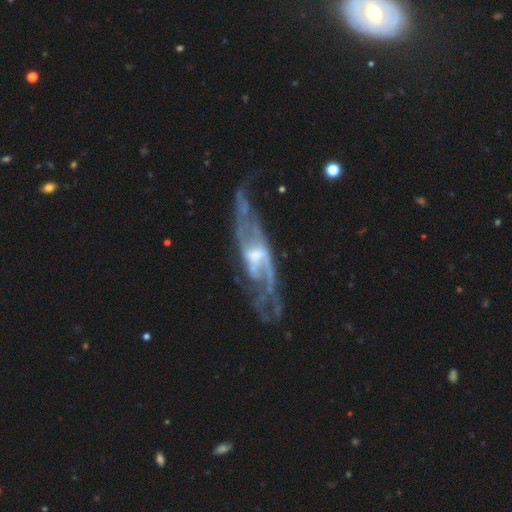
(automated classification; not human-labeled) The model was most divided on "spiral winding": loose: 42%, medium: 41%, tight: 18%. Remaining: spiral arms — yes (91%); smooth or featured — featured or disk (87%); edge-on disk — no (82%); spiral arm count — 2 (65%); merging — none (55%); bar — weak (51%); bulge size — moderate (47%).